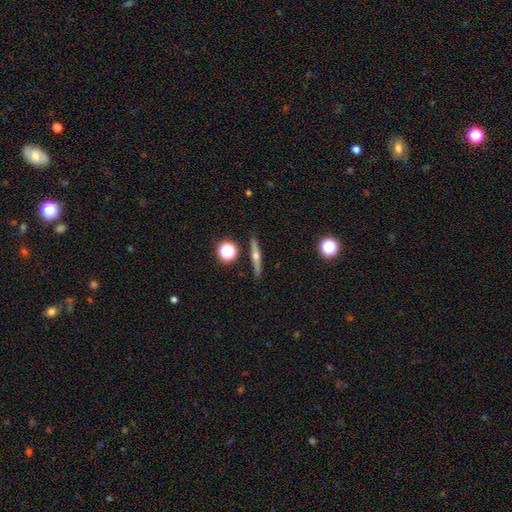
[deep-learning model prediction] A featured or disk galaxy (66%) viewed edge-on (97%) with a rounded central bulge (91%).

Vote fractions:
- Smooth or featured? featured or disk: 66% / smooth: 25% / star or artifact: 9%
- Edge-on disk? yes: 97% / no: 3%
- Edge-on bulge? rounded: 91% / none: 5% / boxy: 3%
- Merging? none: 89% / minor disturbance: 7% / merger: 2% / major disturbance: 2%